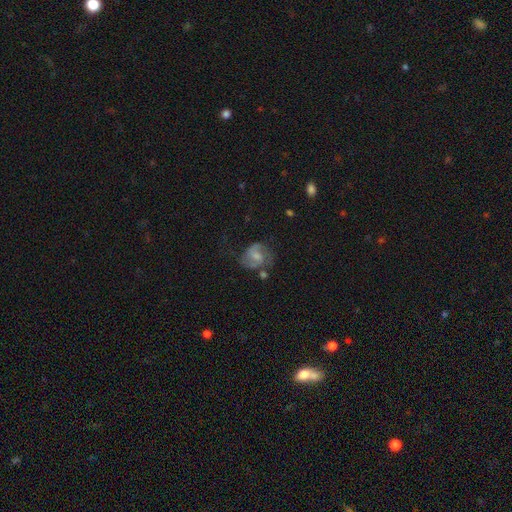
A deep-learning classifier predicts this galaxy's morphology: featured or disk 67%, smooth 25%, star or artifact 8%. Down the decision tree: edge-on disk — no (98%); bar — weak (52%); spiral arms — yes (88%); spiral arm count — 2 (80%); spiral winding — medium (52%); bulge size — small (37%); merging — none (50%).